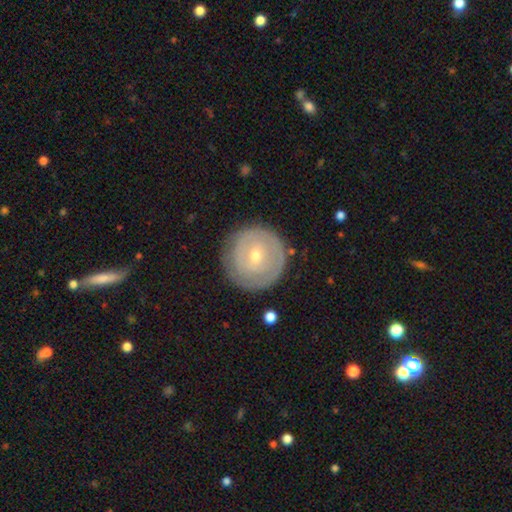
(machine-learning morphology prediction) smooth-or-featured: featured or disk: 61% | smooth: 33% | star or artifact: 6%
  disk-edge-on: no: 97% | yes: 3%
    bar: no: 63% | weak: 30% | strong: 7%
    has-spiral-arms: yes: 62% | no: 38%
    bulge-size: small: 60% | moderate: 37% | large: 1% | none: 1% | dominant: 1%
  merging: none: 83% | minor disturbance: 12% | major disturbance: 4% | merger: 1%